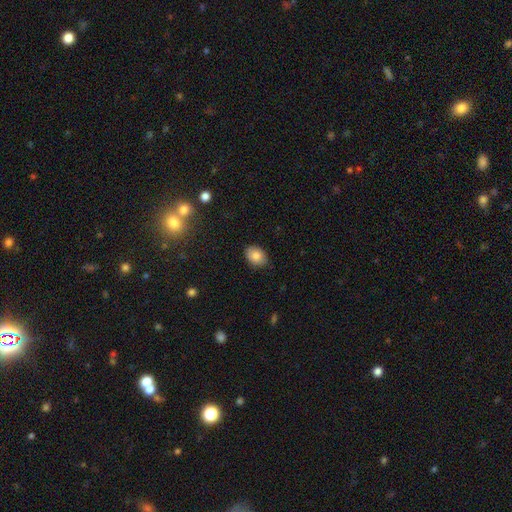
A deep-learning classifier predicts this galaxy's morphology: Smooth or featured?
  - smooth: 83% *
  - featured or disk: 9%
  - star or artifact: 8%
How rounded?
  - in between: 77% *
  - round: 22%
  - cigar-shaped: 1%
Merging?
  - none: 85% *
  - minor disturbance: 12%
  - major disturbance: 2%
  - merger: 1%